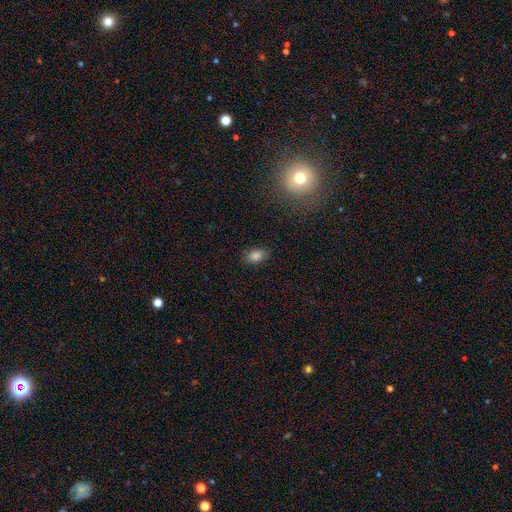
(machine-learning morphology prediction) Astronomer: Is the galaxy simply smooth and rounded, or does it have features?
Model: smooth — 82%.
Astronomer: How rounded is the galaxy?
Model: in between — 81%.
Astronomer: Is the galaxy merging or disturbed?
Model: none — 84%.